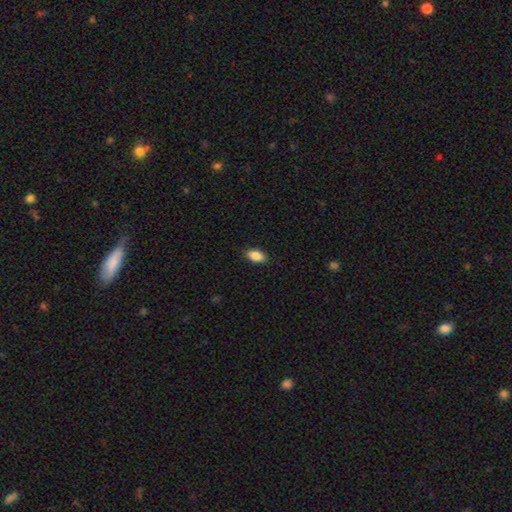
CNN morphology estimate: Smooth or featured? Predicted: smooth (p=0.87). How rounded? Predicted: in between (p=0.91). Merging? Predicted: none (p=0.88).